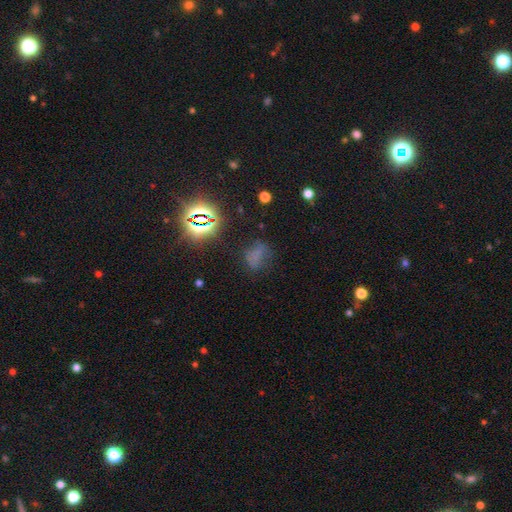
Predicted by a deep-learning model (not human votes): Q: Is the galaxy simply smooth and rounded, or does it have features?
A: smooth — 45%.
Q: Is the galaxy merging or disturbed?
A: none — 54%.